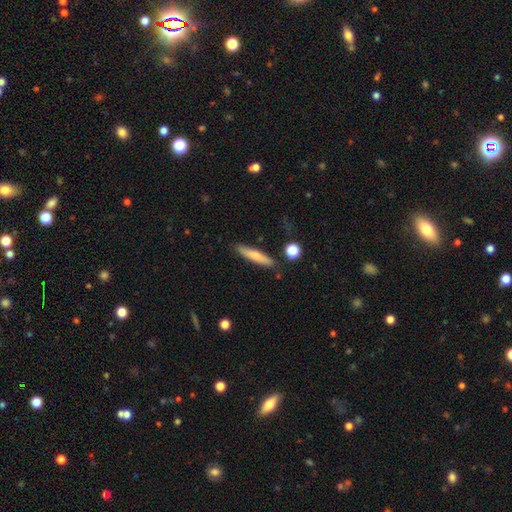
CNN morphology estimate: This appears to be a smooth galaxy with no disk features (68%) that is cigar-shaped (87%). Merging: none (84%).